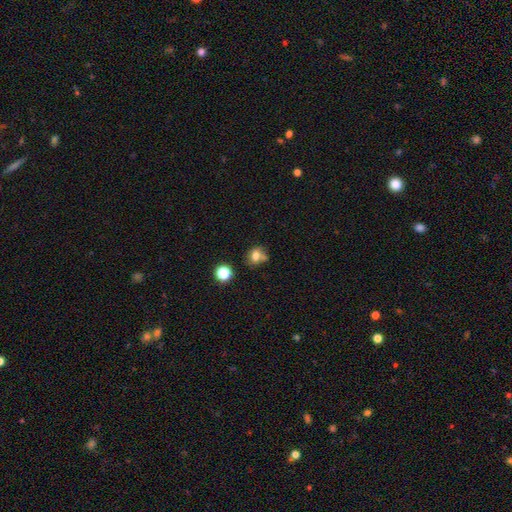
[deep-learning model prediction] Q: Smooth or featured?
A: smooth (72%); runner-up: star or artifact (14%)
Q: How rounded?
A: round (64%); runner-up: in between (35%)
Q: Merging?
A: none (47%); runner-up: minor disturbance (23%)